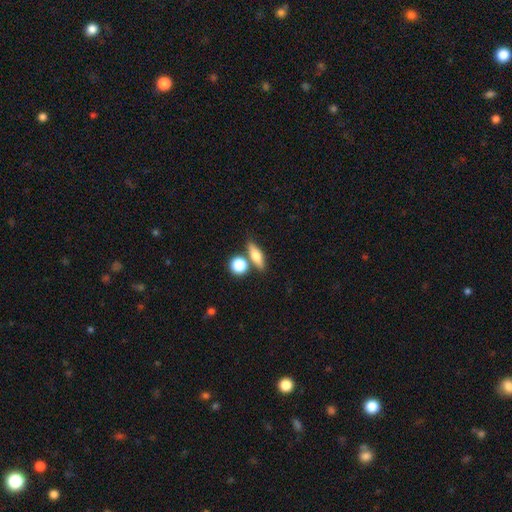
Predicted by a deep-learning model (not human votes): A smooth galaxy with no disk features (61%) that is in between round and cigar-shaped (45%). Merging: none (71%).